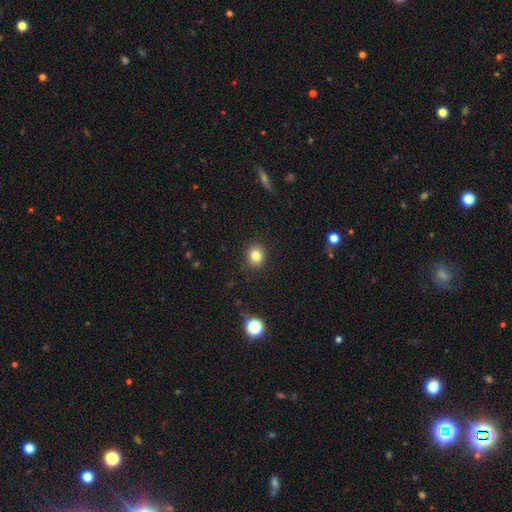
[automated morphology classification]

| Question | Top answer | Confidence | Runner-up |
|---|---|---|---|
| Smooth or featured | smooth | 82% | star or artifact (12%) |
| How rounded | round | 80% | in between (19%) |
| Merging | none | 90% | minor disturbance (7%) |